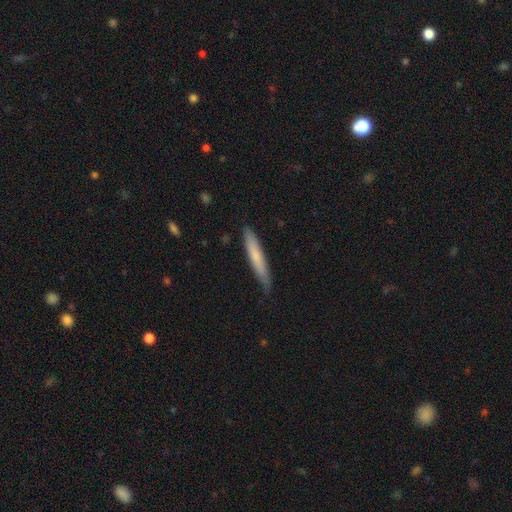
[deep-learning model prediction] Smooth or featured: smooth — 69% (featured or disk — 26%)
How rounded: cigar-shaped — 93% (in between — 6%)
Merging: none — 80% (minor disturbance — 17%)